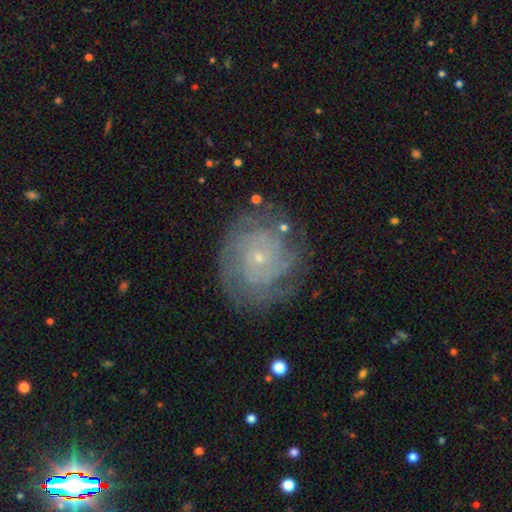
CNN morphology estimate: featured or disk 76%, smooth 14%, star or artifact 10%. Down the decision tree: edge-on disk — no (97%); bar — no (82%); spiral arms — yes (92%); spiral arm count — can't tell (42%); spiral winding — tight (74%); bulge size — small (86%); merging — none (78%).